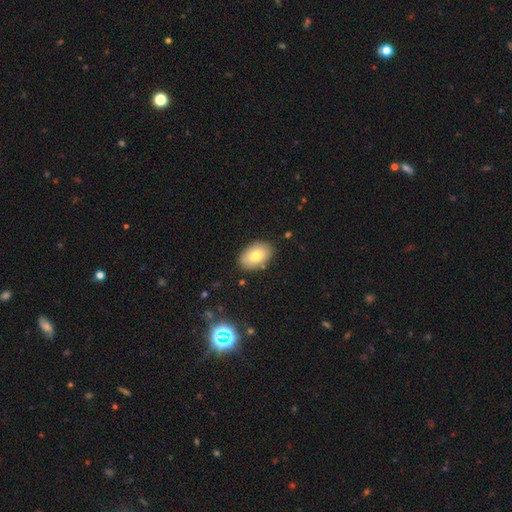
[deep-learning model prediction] smooth-or-featured: smooth: 79% | featured or disk: 14% | star or artifact: 7%
  how-rounded: in between: 90% | round: 9% | cigar-shaped: 1%
  merging: none: 85% | minor disturbance: 11% | major disturbance: 2% | merger: 2%